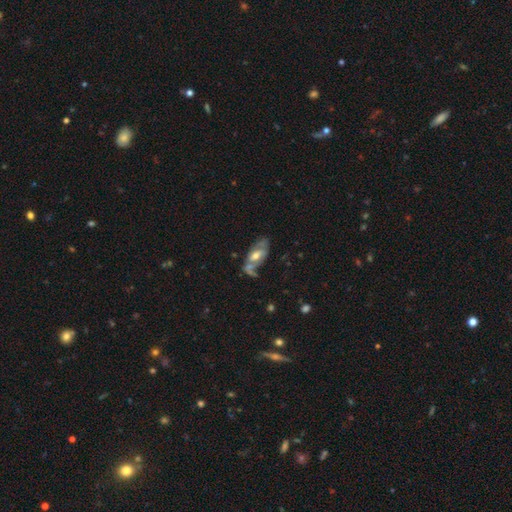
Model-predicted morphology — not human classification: Smooth or featured?
  - featured or disk: 62% *
  - smooth: 31%
  - star or artifact: 7%
Edge-on disk?
  - no: 88% *
  - yes: 12%
Bar?
  - no: 45% *
  - weak: 38%
  - strong: 17%
Spiral arms?
  - yes: 60% *
  - no: 40%
Bulge size?
  - moderate: 66% *
  - small: 16%
  - large: 15%
  - none: 2%
  - dominant: 1%
Merging?
  - none: 38% *
  - minor disturbance: 24%
  - major disturbance: 21%
  - merger: 17%